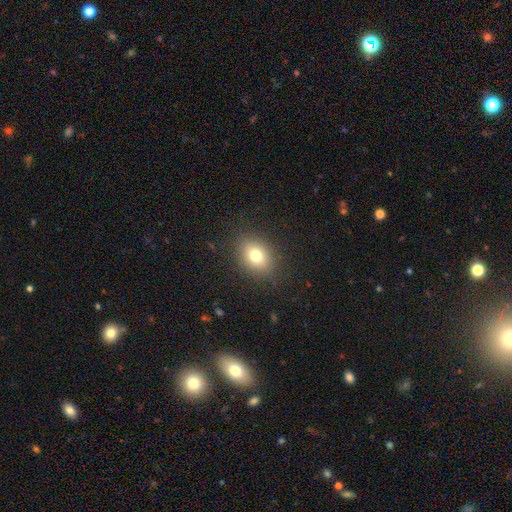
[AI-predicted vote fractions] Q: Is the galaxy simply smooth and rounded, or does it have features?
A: smooth — 76%.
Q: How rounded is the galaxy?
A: in between — 61%.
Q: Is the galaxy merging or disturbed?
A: none — 86%.